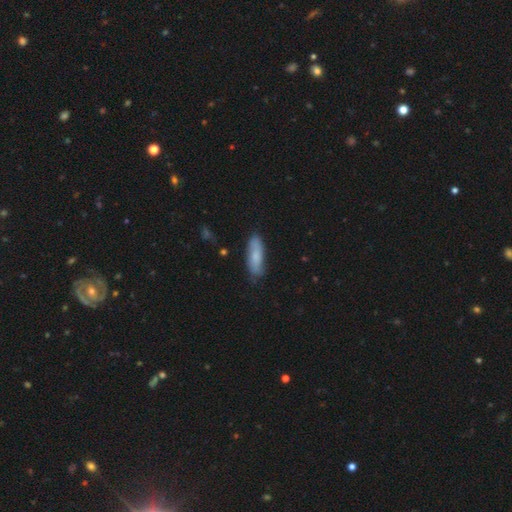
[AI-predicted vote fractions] smooth_or_featured: smooth (p=0.74) [alt: featured or disk p=0.20]
how_rounded: in between (p=0.49) [tied with: cigar-shaped p=0.49]
merging: none (p=0.79) [alt: minor disturbance p=0.16]